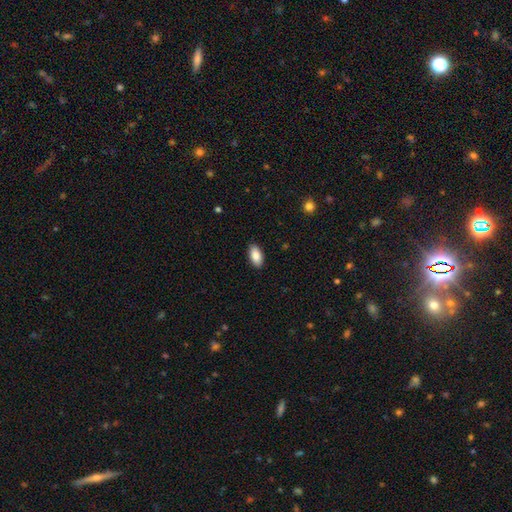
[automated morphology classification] Smooth or featured? Predicted: smooth (p=0.88). How rounded? Predicted: in between (p=0.93). Merging? Predicted: none (p=0.89).